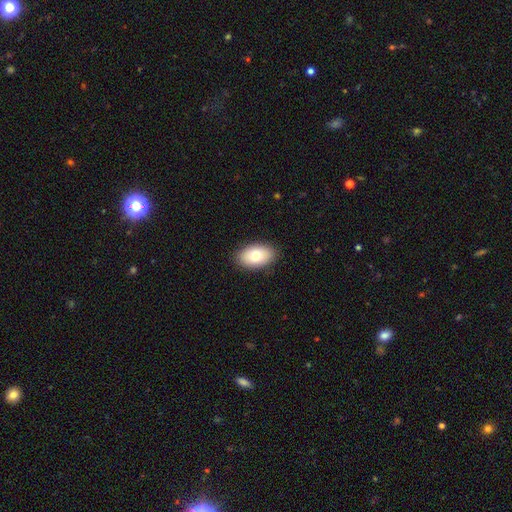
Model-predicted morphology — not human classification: A smooth galaxy with no disk features (77%) that is in between round and cigar-shaped (92%).

Vote fractions:
- Smooth or featured? smooth: 77% / featured or disk: 16% / star or artifact: 7%
- How rounded? in between: 92% / round: 7% / cigar-shaped: 1%
- Merging? none: 88% / minor disturbance: 9% / major disturbance: 2% / merger: 1%